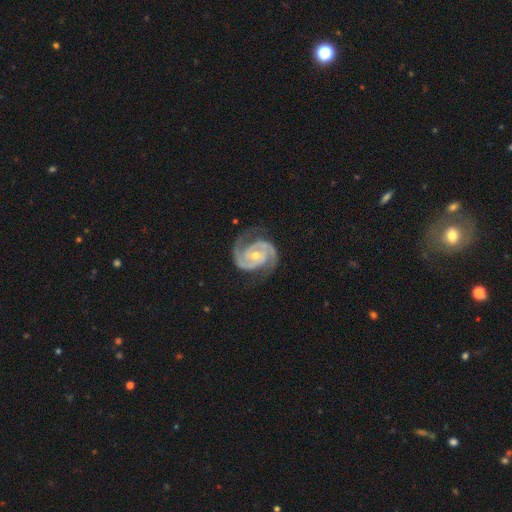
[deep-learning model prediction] A featured or disk galaxy (94%) with no bar (59%), 2 (91%) tight (55%) spiral arms (99%) and a small central bulge (48%, tied with moderate). Merging: none (79%).